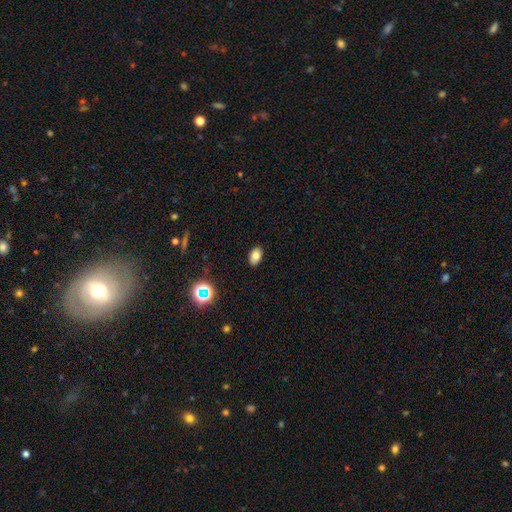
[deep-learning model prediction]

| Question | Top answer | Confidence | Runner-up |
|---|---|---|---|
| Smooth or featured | smooth | 78% | star or artifact (12%) |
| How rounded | in between | 89% | round (10%) |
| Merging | none | 88% | minor disturbance (9%) |